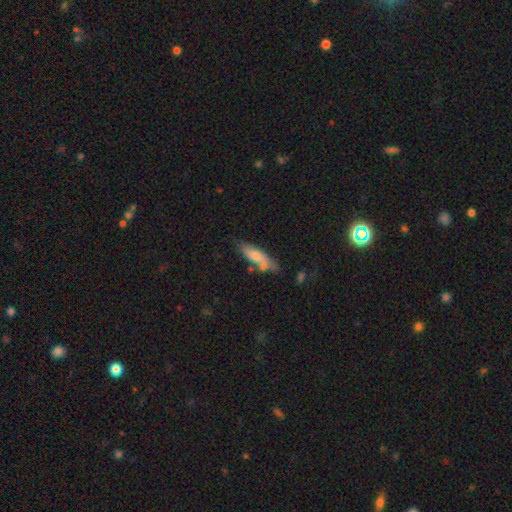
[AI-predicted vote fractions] Smooth or featured: smooth — 66% (featured or disk — 27%)
How rounded: cigar-shaped — 63% (in between — 35%)
Merging: none — 58% (minor disturbance — 21%)